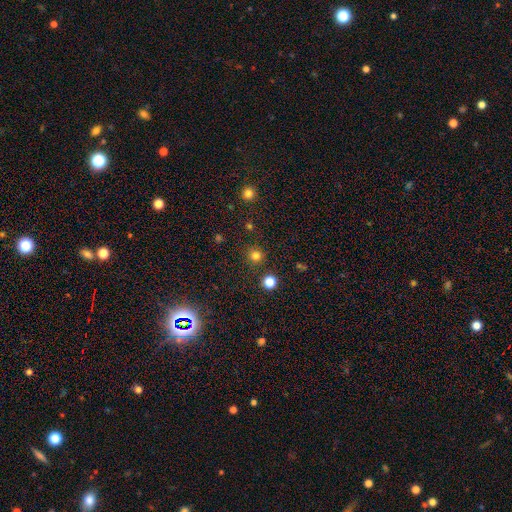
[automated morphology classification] Smooth or featured? Predicted: smooth (p=0.78). How rounded? Predicted: round (p=0.93). Merging? Predicted: none (p=0.89).